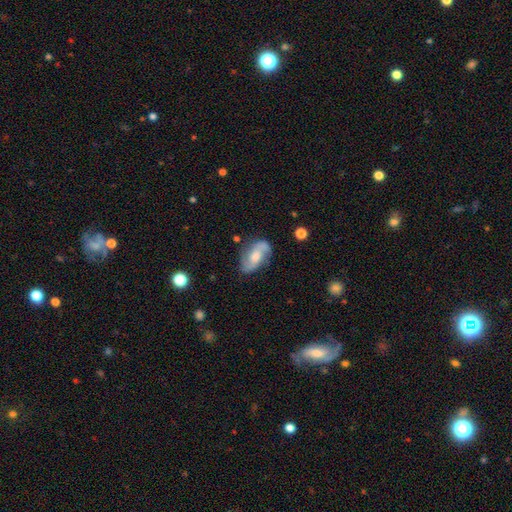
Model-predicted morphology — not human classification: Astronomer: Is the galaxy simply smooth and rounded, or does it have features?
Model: featured or disk — 68%.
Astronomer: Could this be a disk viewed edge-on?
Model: no — 95%.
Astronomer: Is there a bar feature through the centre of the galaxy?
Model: no — 52% (runner-up: weak, 38%).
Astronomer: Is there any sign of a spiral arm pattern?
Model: yes — 90%.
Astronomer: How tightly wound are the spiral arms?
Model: loose — 48% (runner-up: medium, 38%).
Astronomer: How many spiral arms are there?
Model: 2 — 86%.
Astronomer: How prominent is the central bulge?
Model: moderate — 60%.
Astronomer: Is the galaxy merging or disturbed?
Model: none — 69%.